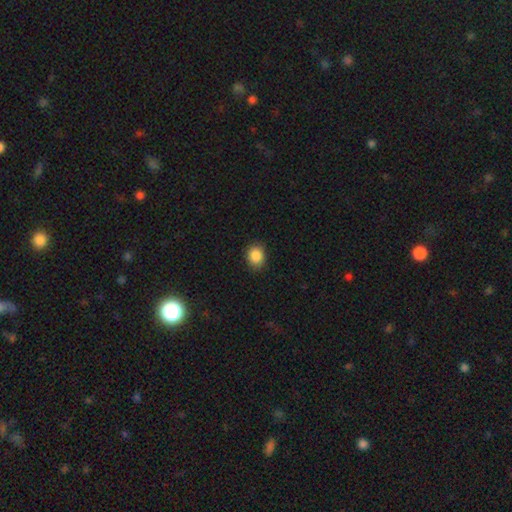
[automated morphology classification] This appears to be a smooth galaxy with no disk features (87%) that is round (61%). Merging: none (86%).